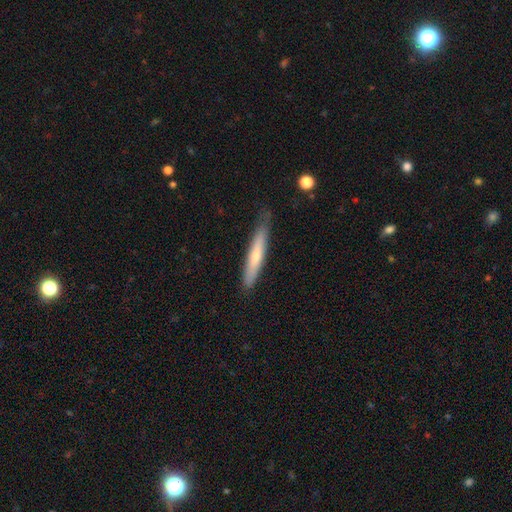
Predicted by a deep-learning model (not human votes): Smooth or featured: smooth — 58% (featured or disk — 36%)
How rounded: cigar-shaped — 93% (in between — 6%)
Merging: none — 76% (minor disturbance — 20%)